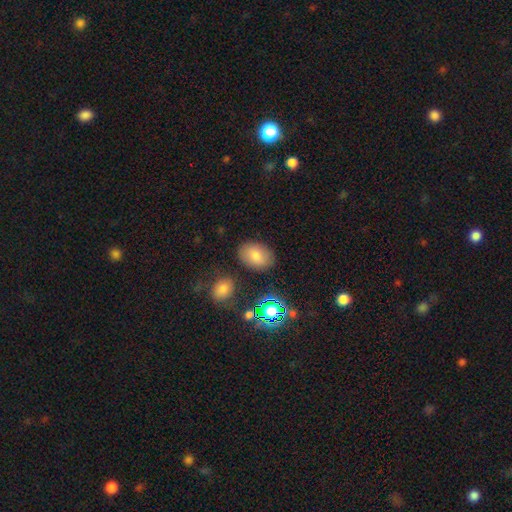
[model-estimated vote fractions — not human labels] Morphology: type=smooth (79%); roundness=in between (81%); merging=none (83%).